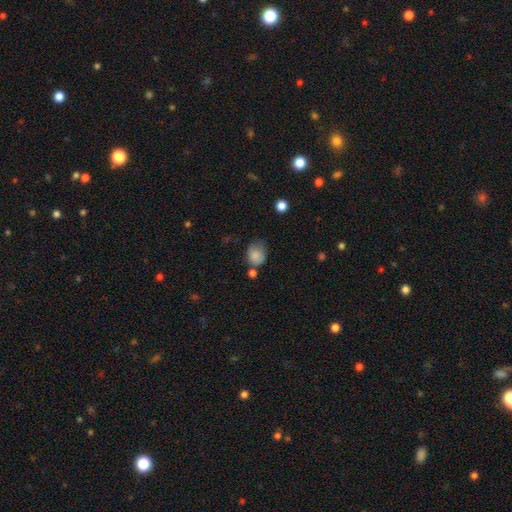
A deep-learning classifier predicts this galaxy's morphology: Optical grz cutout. It shows a smooth galaxy with no disk features (83%) that is round (55%). Merging: none (43%).